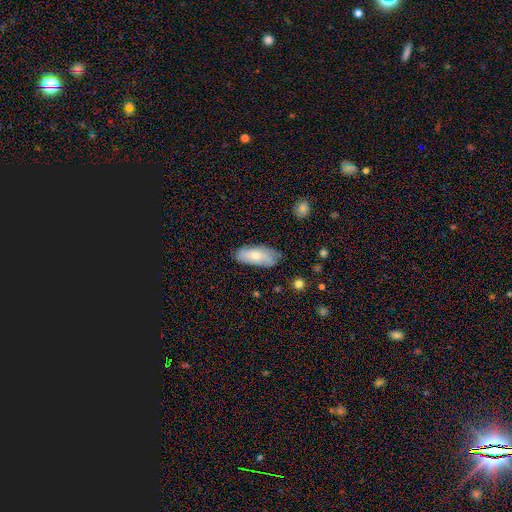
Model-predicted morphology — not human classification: type=smooth (64%); roundness=in between (84%); merging=none (71%).